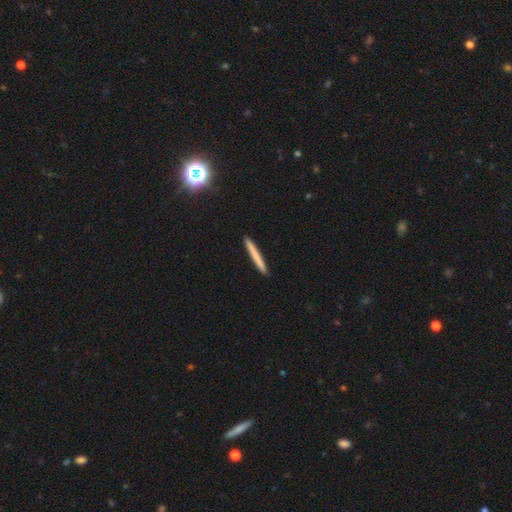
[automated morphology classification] Smooth or featured: smooth — 71% (featured or disk — 23%)
How rounded: cigar-shaped — 97% (in between — 2%)
Merging: none — 93% (minor disturbance — 5%)